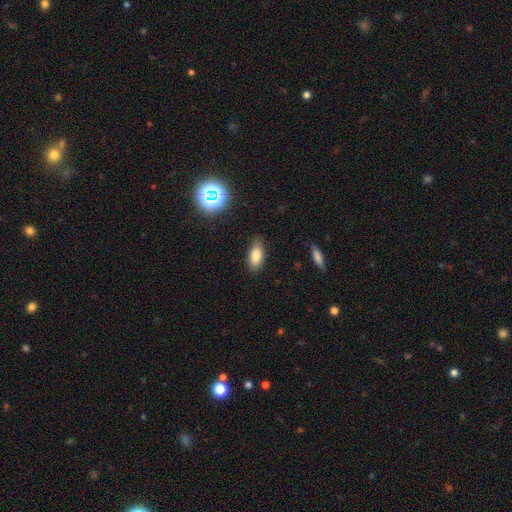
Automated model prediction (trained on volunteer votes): smooth 79%, star or artifact 11%, featured or disk 11%. Down the decision tree: how rounded — in between (83%); merging — none (84%).